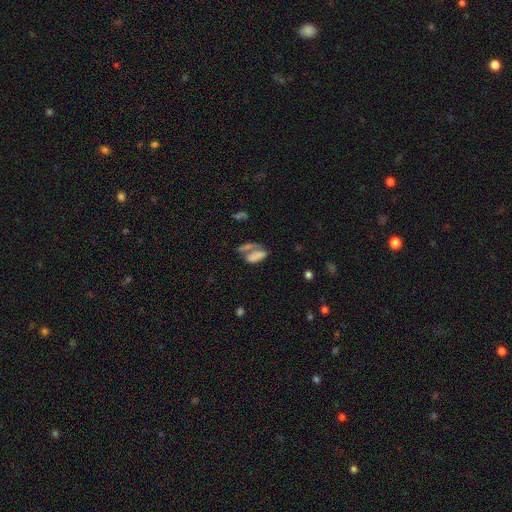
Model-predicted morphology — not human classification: The model was most divided on "merging": merger: 45%, none: 27%, major disturbance: 16%, minor disturbance: 12%. More confident: how rounded — in between (84%); smooth or featured — smooth (68%).